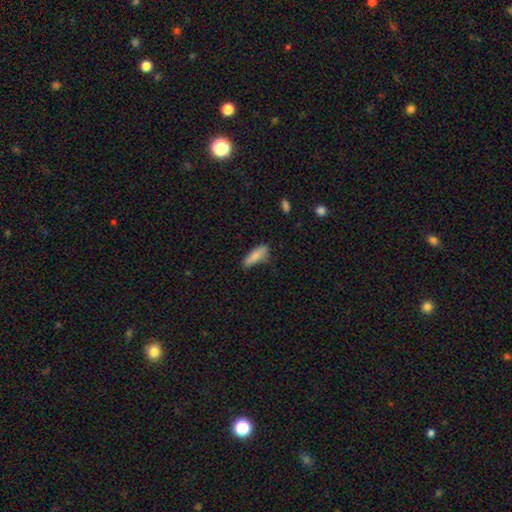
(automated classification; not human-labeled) This appears to be a smooth galaxy with no disk features (84%) that is in between round and cigar-shaped (52%). Merging: none (67%).